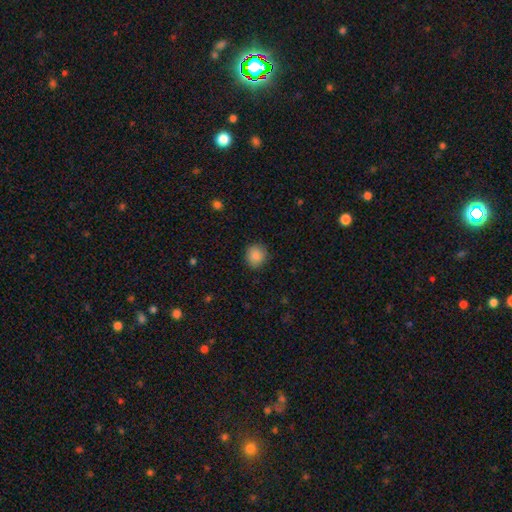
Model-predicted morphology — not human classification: Smooth or featured? smooth (87%)
How rounded? round (87%)
Merging? none (88%)